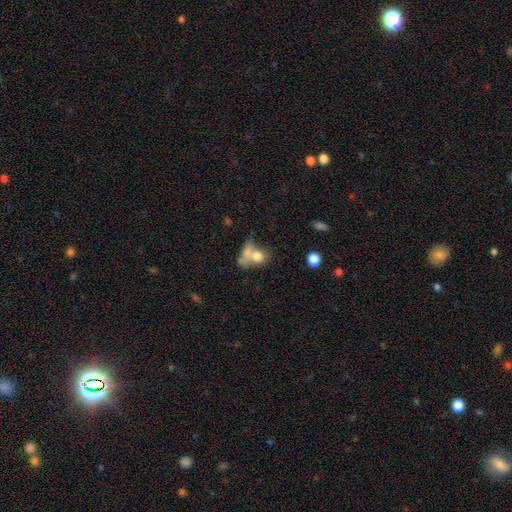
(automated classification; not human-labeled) Smooth or featured?
  - smooth: 71% *
  - featured or disk: 19%
  - star or artifact: 10%
How rounded?
  - in between: 48% * (tied)
  - round: 48% * (tied)
  - cigar-shaped: 4%
Merging?
  - merger: 51% *
  - none: 24%
  - major disturbance: 13%
  - minor disturbance: 11%